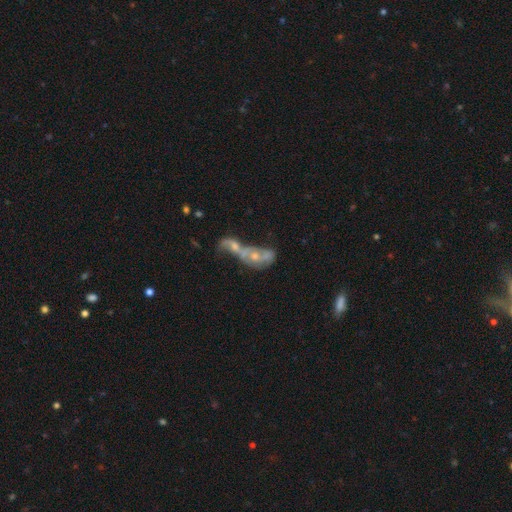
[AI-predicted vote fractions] This is possibly a featured or disk galaxy (58%). It is clearly not viewed edge-on (92%). Bar: likely no (79%). Spiral arm pattern: possibly no (56%). Central bulge: possibly moderate (47%). Merging: likely merger (74%).